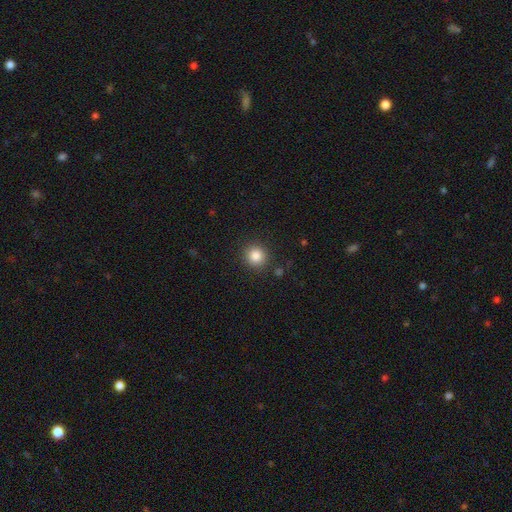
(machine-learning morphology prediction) smooth_or_featured: smooth (p=0.85) [alt: star or artifact p=0.10]
how_rounded: round (p=0.93) [alt: in between p=0.07]
merging: none (p=0.89) [alt: minor disturbance p=0.07]